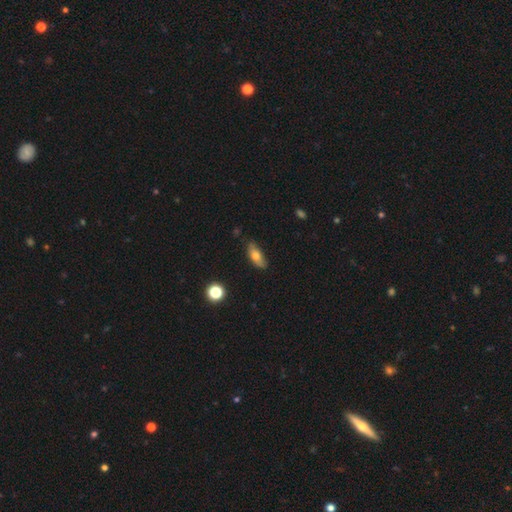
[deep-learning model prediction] smooth_or_featured: smooth (p=0.71) [alt: featured or disk p=0.21]
how_rounded: in between (p=0.75) [alt: cigar-shaped p=0.20]
merging: none (p=0.76) [alt: minor disturbance p=0.19]